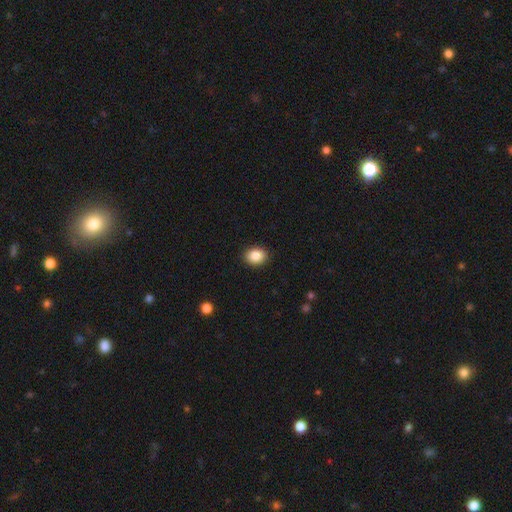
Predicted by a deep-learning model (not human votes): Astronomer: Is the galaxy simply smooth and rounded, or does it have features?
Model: smooth — 87%.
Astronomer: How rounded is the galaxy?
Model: in between — 53% (runner-up: round, 46%).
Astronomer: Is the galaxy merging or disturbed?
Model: none — 91%.